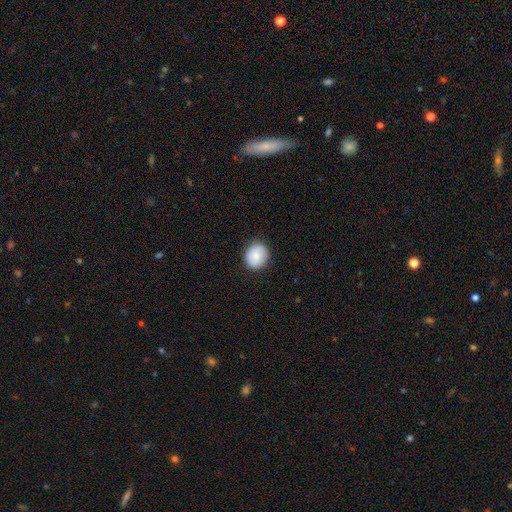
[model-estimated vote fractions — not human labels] This appears to be a smooth galaxy with no disk features (79%) that is round (79%). Merging: none (84%).